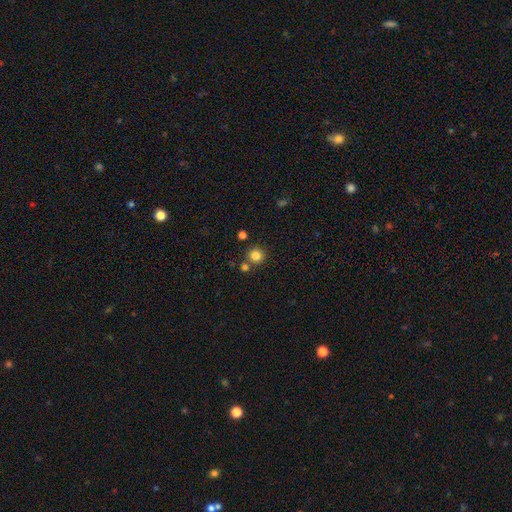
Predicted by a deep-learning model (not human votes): smooth 82%, star or artifact 13%, featured or disk 6%. Down the decision tree: how rounded — round (93%); merging — none (77%).